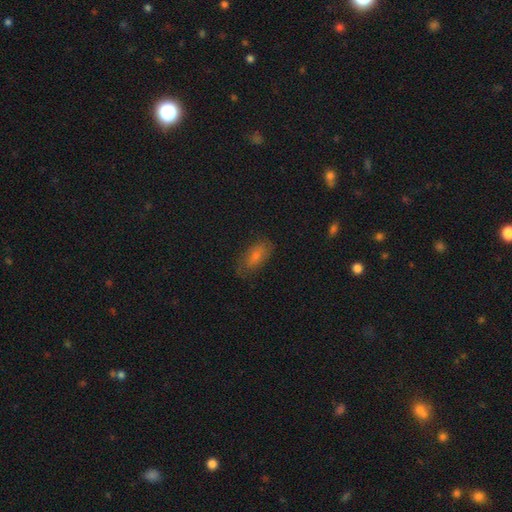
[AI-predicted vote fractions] smooth_or_featured: smooth (p=0.60) [alt: featured or disk p=0.24]
how_rounded: in between (p=0.84) [alt: cigar-shaped p=0.10]
merging: none (p=0.75) [alt: minor disturbance p=0.18]